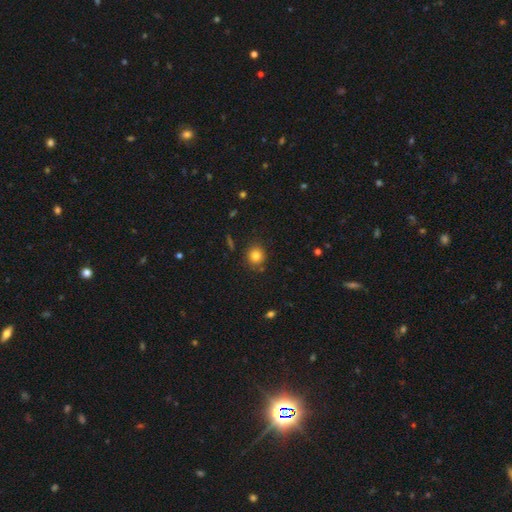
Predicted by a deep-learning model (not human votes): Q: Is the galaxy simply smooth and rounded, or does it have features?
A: smooth — 81%.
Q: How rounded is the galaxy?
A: round — 85%.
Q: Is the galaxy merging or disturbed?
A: none — 84%.